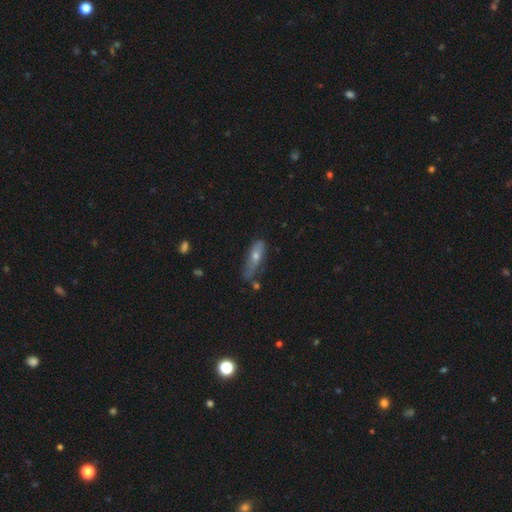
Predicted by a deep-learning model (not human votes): Q: Smooth or featured?
A: smooth (56%); runner-up: featured or disk (37%)
Q: How rounded?
A: cigar-shaped (50%); runner-up: in between (47%)
Q: Merging?
A: none (51%); runner-up: minor disturbance (32%)